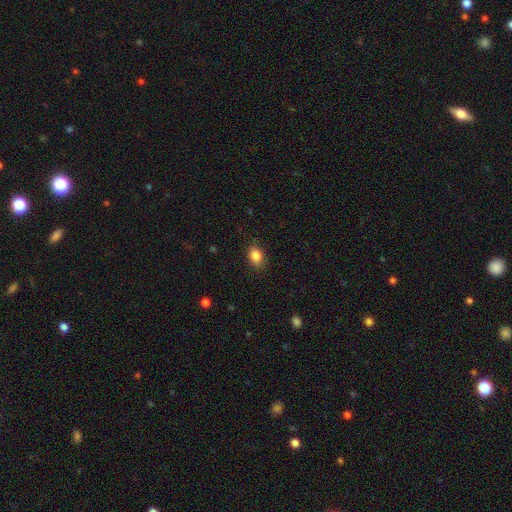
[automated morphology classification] A smooth galaxy with no disk features (86%) that is in between round and cigar-shaped (74%).

Vote fractions:
- Smooth or featured? smooth: 86% / star or artifact: 9% / featured or disk: 5%
- How rounded? in between: 74% / round: 25% / cigar-shaped: 1%
- Merging? none: 84% / minor disturbance: 12% / major disturbance: 3% / merger: 1%